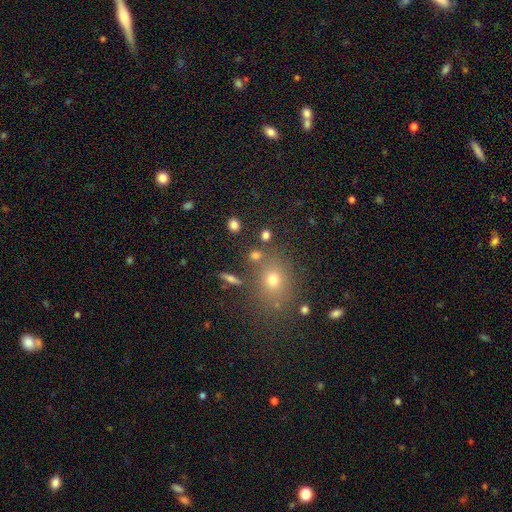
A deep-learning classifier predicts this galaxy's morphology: This appears to be a smooth galaxy with no disk features (73%) that is round (73%). Merging: none (75%).